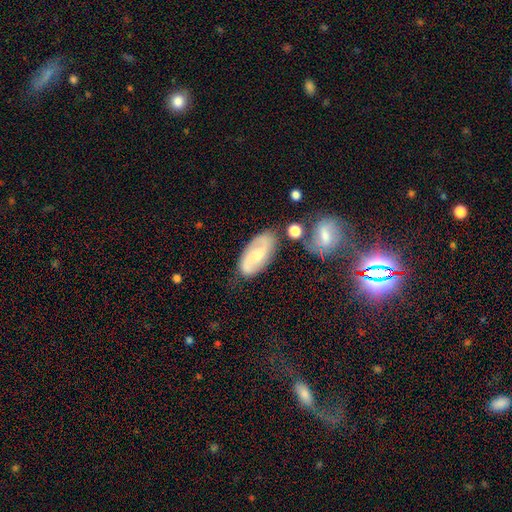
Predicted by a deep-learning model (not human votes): featured or disk 68%, smooth 26%, star or artifact 6%. Down the decision tree: edge-on disk — no (94%); bar — no (45%); spiral arms — yes (90%); spiral arm count — 2 (87%); spiral winding — medium (44%); bulge size — moderate (52%); merging — none (74%).